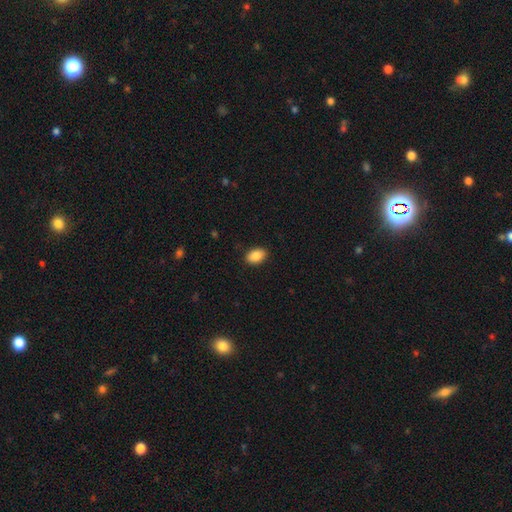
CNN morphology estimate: smooth_or_featured: smooth (p=0.88) [alt: star or artifact p=0.07]
how_rounded: in between (p=0.86) [alt: round p=0.13]
merging: none (p=0.89) [alt: minor disturbance p=0.08]